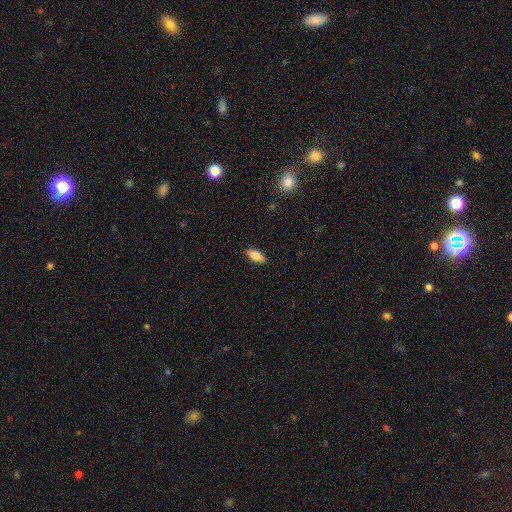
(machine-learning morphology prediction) Smooth or featured?
  - smooth: 82% *
  - featured or disk: 12%
  - star or artifact: 7%
How rounded?
  - in between: 82% *
  - cigar-shaped: 15%
  - round: 3%
Merging?
  - none: 88% *
  - minor disturbance: 9%
  - major disturbance: 2%
  - merger: 1%